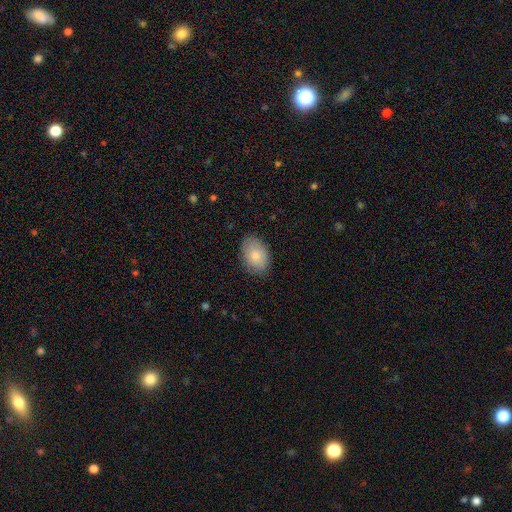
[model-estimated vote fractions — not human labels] Smooth or featured? smooth (82%)
How rounded? in between (84%)
Merging? none (84%)